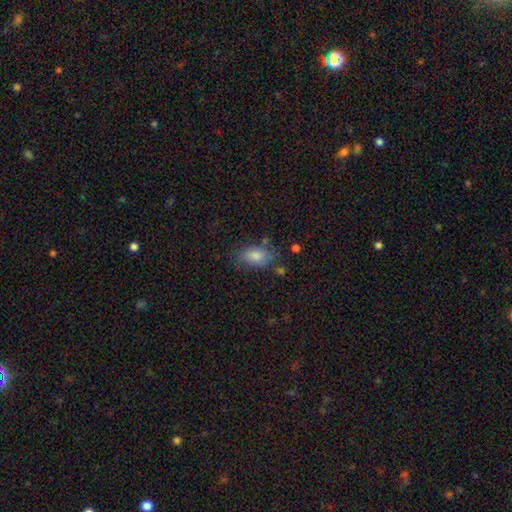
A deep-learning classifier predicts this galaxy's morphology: Overall: smooth (79%). How rounded: in between (87%). Merging: none (71%).